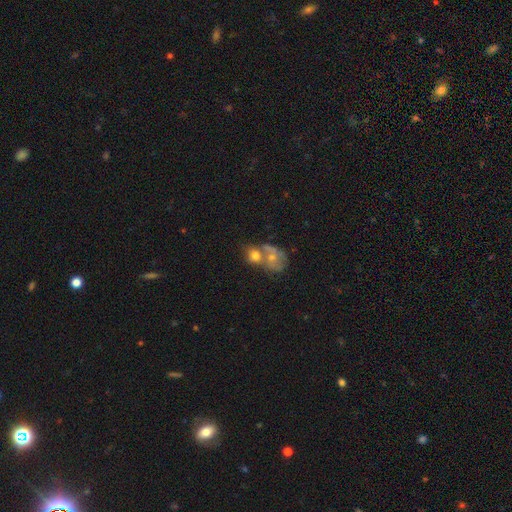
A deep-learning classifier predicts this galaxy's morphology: smooth 64%, featured or disk 26%, star or artifact 11%. Down the decision tree: how rounded — round (60%); merging — merger (62%).